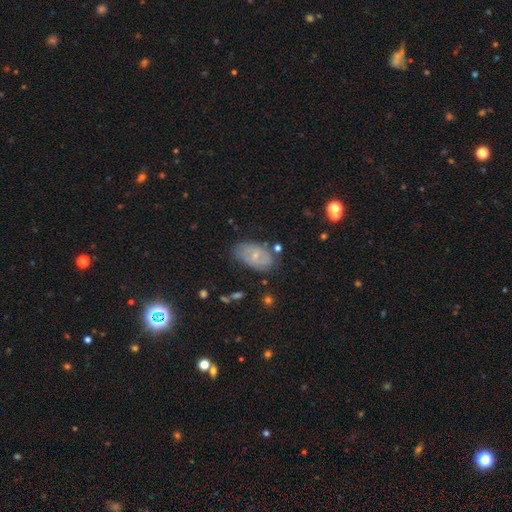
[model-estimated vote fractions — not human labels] Morphology: type=featured or disk (52%); edge-on=no (94%); merging=none (68%).